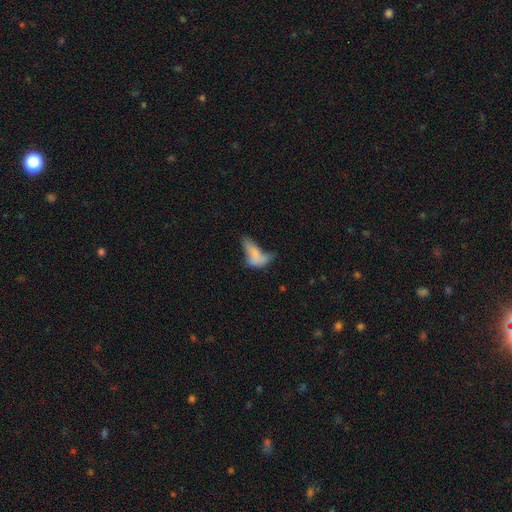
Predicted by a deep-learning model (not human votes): This appears to be a smooth galaxy with no disk features (64%) that is in between round and cigar-shaped (83%). Merging: major disturbance (38%).